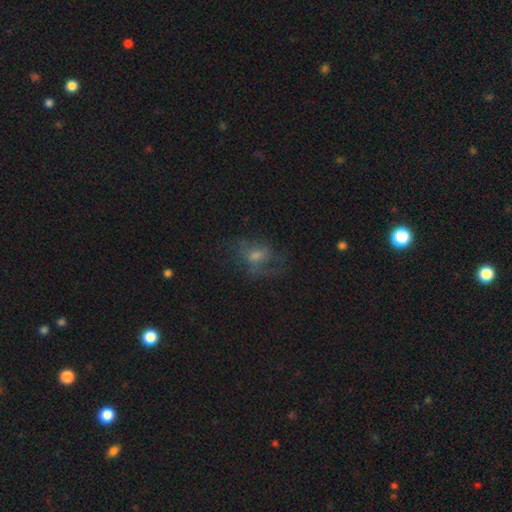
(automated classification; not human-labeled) Overall: featured or disk (48%; smooth 33%). Merging: none (50%; major disturbance 28%).